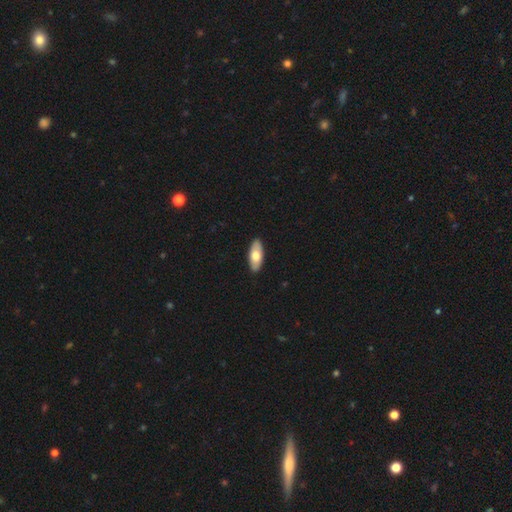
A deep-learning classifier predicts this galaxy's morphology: A smooth galaxy with no disk features (68%) that is in between round and cigar-shaped (85%).

Vote fractions:
- Smooth or featured? smooth: 68% / featured or disk: 27% / star or artifact: 5%
- How rounded? in between: 85% / cigar-shaped: 13% / round: 2%
- Merging? none: 90% / minor disturbance: 7% / major disturbance: 1% / merger: 1%